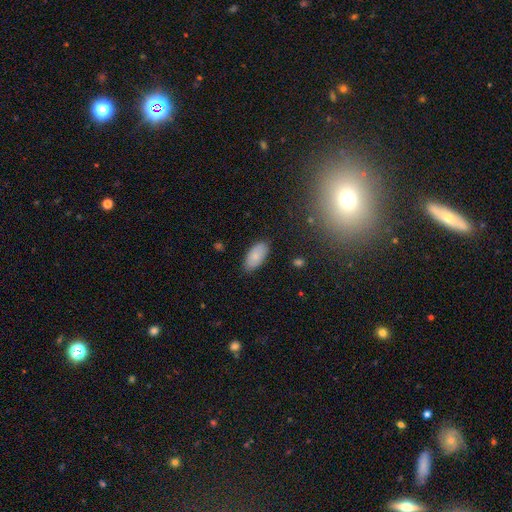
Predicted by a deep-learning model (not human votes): smooth-or-featured: smooth: 81% | featured or disk: 12% | star or artifact: 7%
  how-rounded: in between: 94% | cigar-shaped: 4% | round: 2%
  merging: none: 85% | minor disturbance: 12% | major disturbance: 2% | merger: 1%